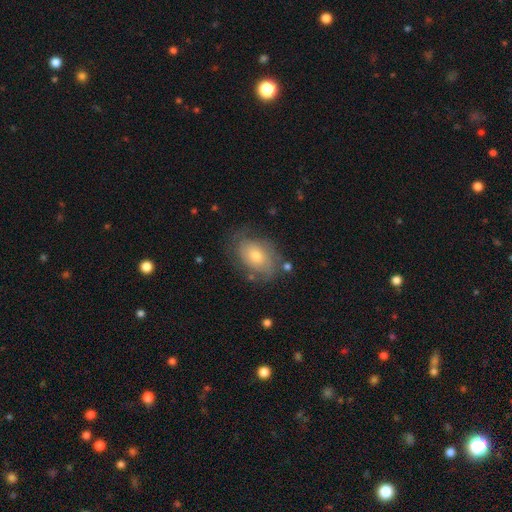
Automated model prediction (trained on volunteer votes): This is possibly a featured or disk galaxy (52%). It is clearly not viewed edge-on (95%). Merging: likely none (67%).